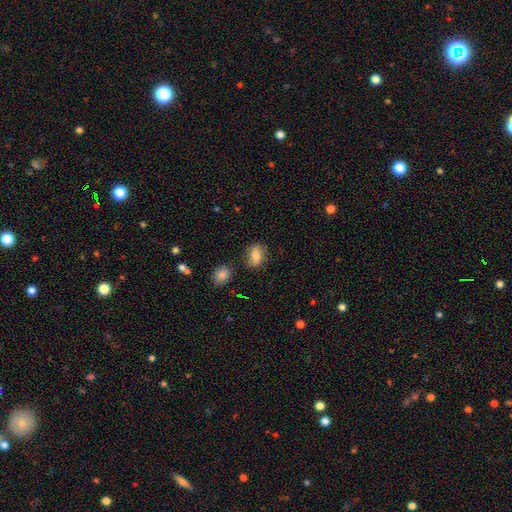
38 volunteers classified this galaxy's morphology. type=smooth (79%); roundness=in between (90%); merging=none (65%).